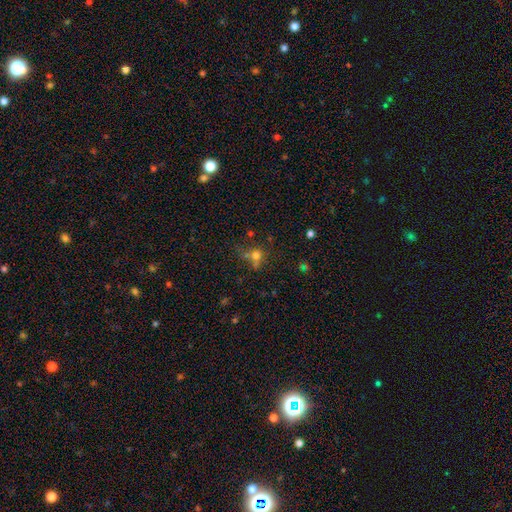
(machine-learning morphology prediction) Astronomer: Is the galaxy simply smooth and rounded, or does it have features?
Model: smooth — 68%.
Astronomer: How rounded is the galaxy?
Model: round — 84%.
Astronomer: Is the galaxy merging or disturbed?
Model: none — 50% (runner-up: merger, 31%).